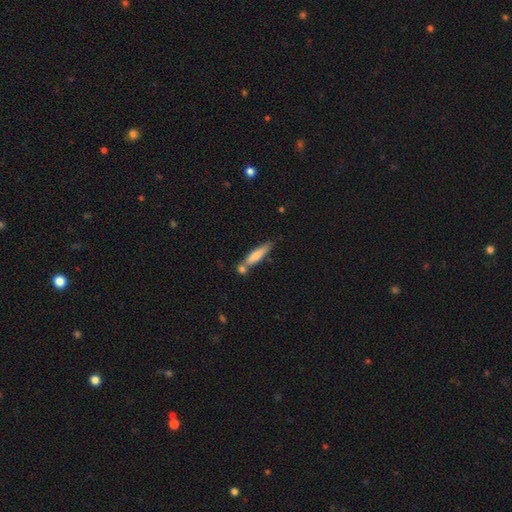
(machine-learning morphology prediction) This appears to be a smooth galaxy with no disk features (68%) that is cigar-shaped (80%). Merging: none (55%).